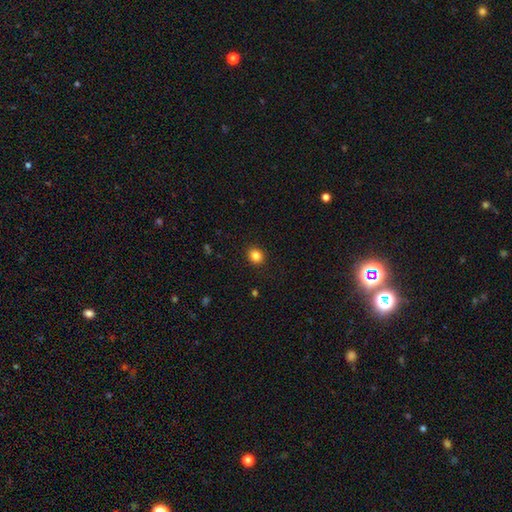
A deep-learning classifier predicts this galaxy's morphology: A smooth galaxy with no disk features (85%) that is round (78%). Merging: none (92%).